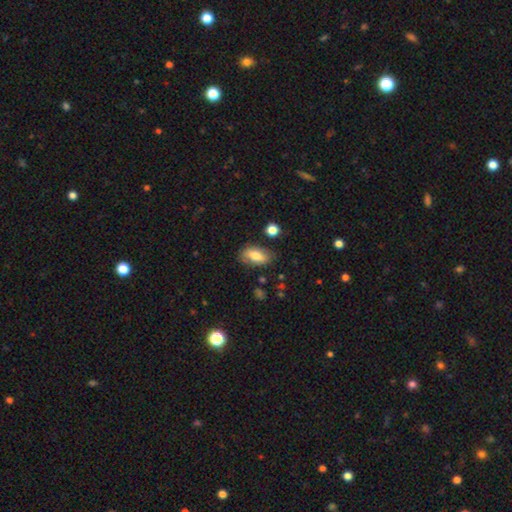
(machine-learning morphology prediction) Smooth or featured?
  - smooth: 73% *
  - featured or disk: 19%
  - star or artifact: 8%
How rounded?
  - in between: 89% *
  - round: 6%
  - cigar-shaped: 5%
Merging?
  - none: 77% *
  - minor disturbance: 16%
  - major disturbance: 4%
  - merger: 3%